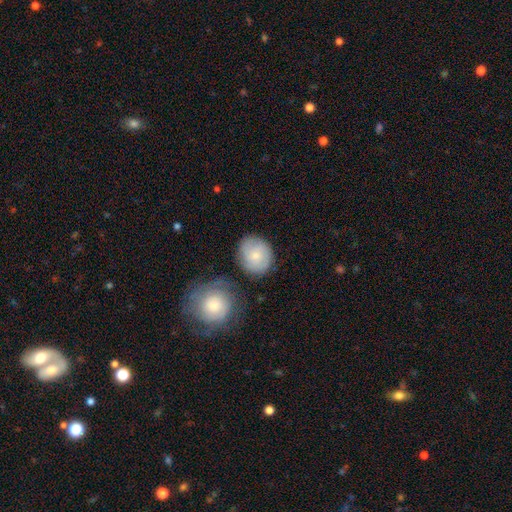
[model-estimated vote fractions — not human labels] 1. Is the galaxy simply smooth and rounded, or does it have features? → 67% smooth, 27% featured or disk, 6% star or artifact.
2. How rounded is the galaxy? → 73% round, 26% in between, 1% cigar-shaped.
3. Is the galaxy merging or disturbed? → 73% none, 15% minor disturbance, 7% merger, 4% major disturbance.